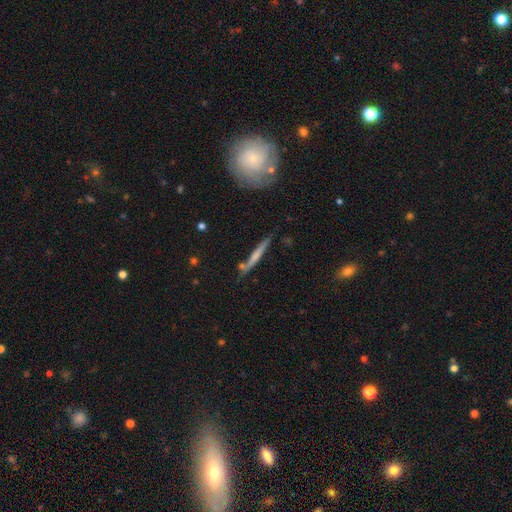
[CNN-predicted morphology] Smooth or featured?
  - smooth: 49% *
  - featured or disk: 44%
  - star or artifact: 7%
Merging?
  - none: 72% *
  - minor disturbance: 16%
  - merger: 8%
  - major disturbance: 4%